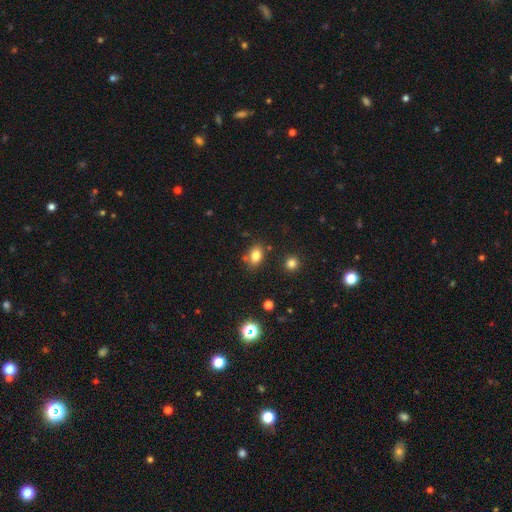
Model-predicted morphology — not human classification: Smooth or featured? smooth (81%)
How rounded? in between (77%)
Merging? none (75%)